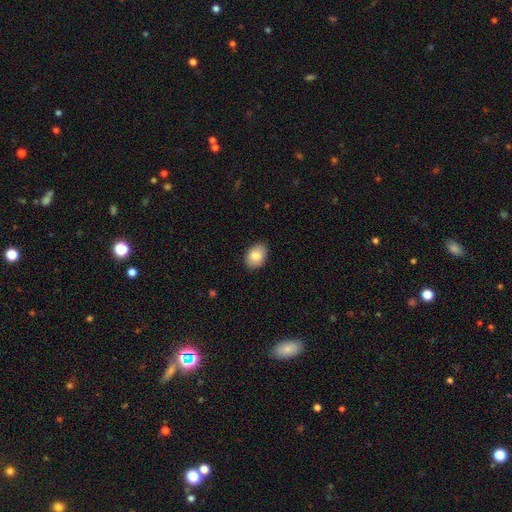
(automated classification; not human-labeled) This is clearly a smooth galaxy (85%). How rounded: clearly in between (81%). Merging: clearly none (87%).